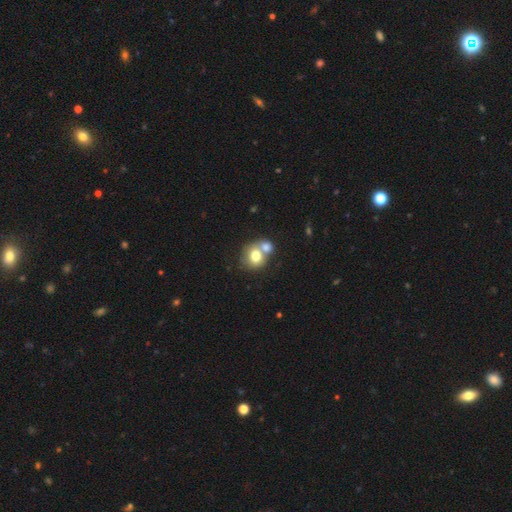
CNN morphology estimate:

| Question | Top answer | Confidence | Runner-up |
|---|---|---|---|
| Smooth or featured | smooth | 73% | featured or disk (18%) |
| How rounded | round | 69% | in between (30%) |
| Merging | merger | 57% | none (32%) |